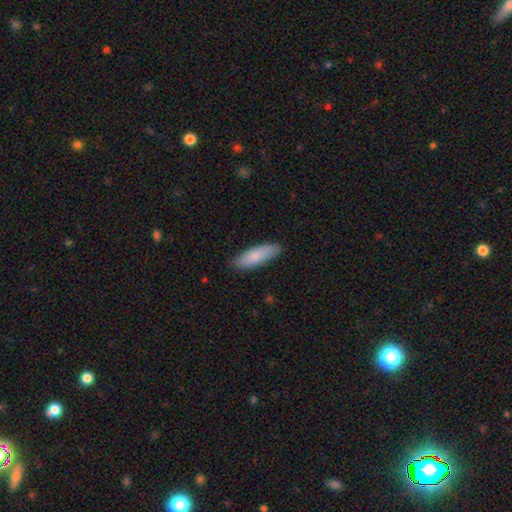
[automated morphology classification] smooth_or_featured: smooth (p=0.84) [alt: featured or disk p=0.11]
how_rounded: in between (p=0.53) [alt: cigar-shaped p=0.45]
merging: none (p=0.86) [alt: minor disturbance p=0.11]